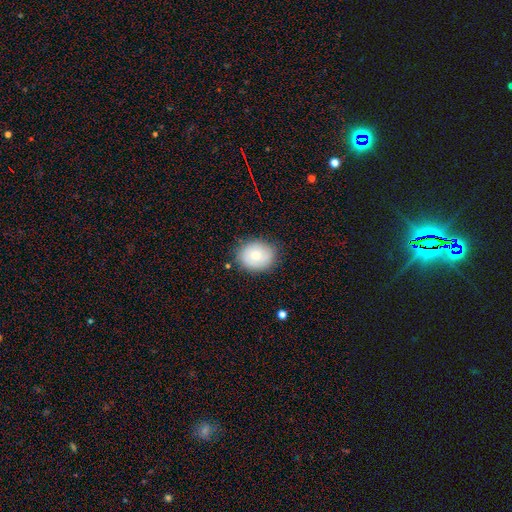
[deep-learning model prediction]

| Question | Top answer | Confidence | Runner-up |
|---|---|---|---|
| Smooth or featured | smooth | 71% | featured or disk (21%) |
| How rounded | round | 56% | in between (43%) |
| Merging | none | 80% | minor disturbance (15%) |